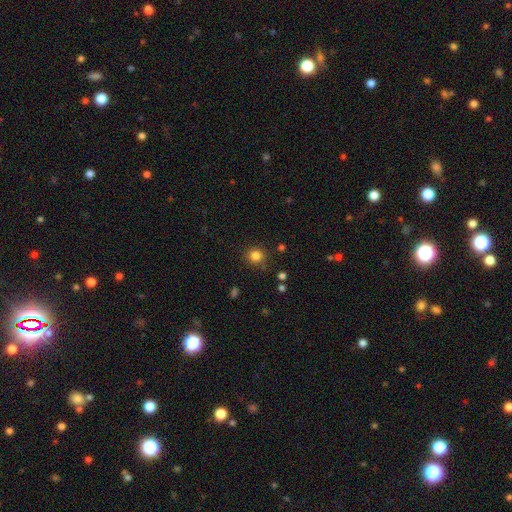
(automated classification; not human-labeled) Q: Smooth or featured?
A: smooth (82%); runner-up: star or artifact (13%)
Q: How rounded?
A: round (89%); runner-up: in between (10%)
Q: Merging?
A: none (81%); runner-up: minor disturbance (13%)